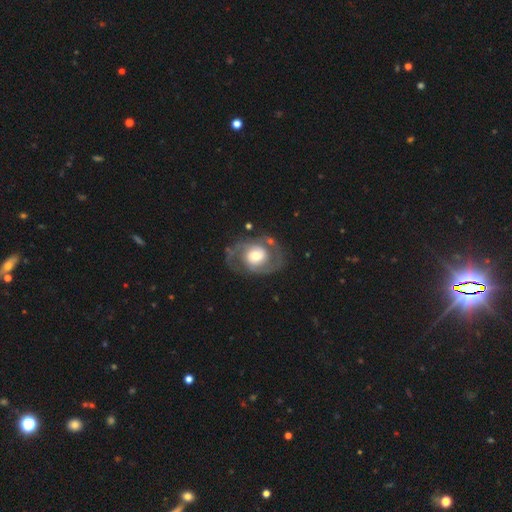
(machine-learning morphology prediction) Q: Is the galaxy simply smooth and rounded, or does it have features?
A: featured or disk — 80%.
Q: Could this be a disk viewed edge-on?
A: no — 97%.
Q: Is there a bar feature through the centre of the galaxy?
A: no — 63%.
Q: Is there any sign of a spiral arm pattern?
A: yes — 88%.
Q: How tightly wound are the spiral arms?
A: medium — 49%.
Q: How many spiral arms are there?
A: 2 — 85%.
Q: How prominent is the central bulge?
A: moderate — 49%.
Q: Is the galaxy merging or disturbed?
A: none — 70%.